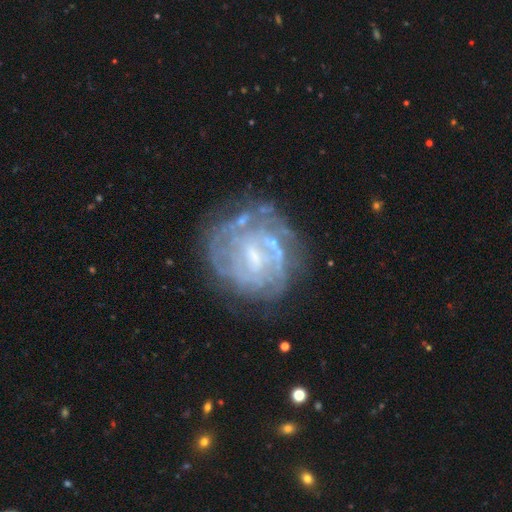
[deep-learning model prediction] A featured or disk galaxy (79%) with a weak bar (53%), tight (63%) spiral arms (70%) and a small central bulge (48%).

Vote fractions:
- Smooth or featured? featured or disk: 79% / smooth: 13% / star or artifact: 8%
- Edge-on disk? no: 98% / yes: 2%
- Bar? weak: 53% / no: 32% / strong: 16%
- Spiral arms? yes: 70% / no: 30%
- Spiral winding? tight: 63% / medium: 26% / loose: 11%
- Spiral arm count? can't tell: 57% / 2: 14% / 3: 11% / 4: 8% / more than 4: 5% / 1: 5%
- Bulge size? small: 48% / moderate: 28% / none: 21% / large: 2% / dominant: 1%
- Merging? none: 65% / minor disturbance: 18% / major disturbance: 12% / merger: 4%